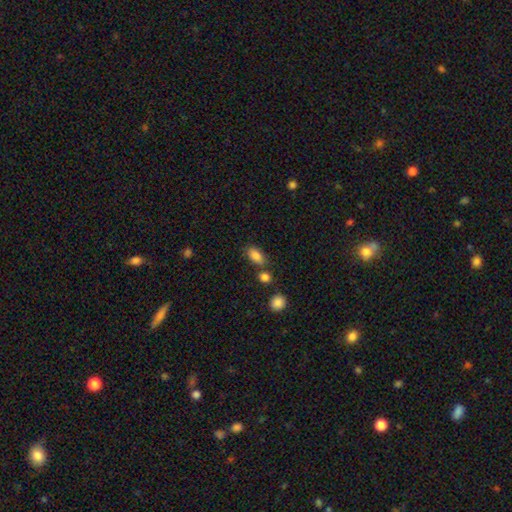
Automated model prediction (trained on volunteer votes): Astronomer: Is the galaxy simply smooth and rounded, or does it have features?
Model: smooth — 85%.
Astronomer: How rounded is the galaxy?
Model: in between — 88%.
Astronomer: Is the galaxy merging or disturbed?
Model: none — 66%.